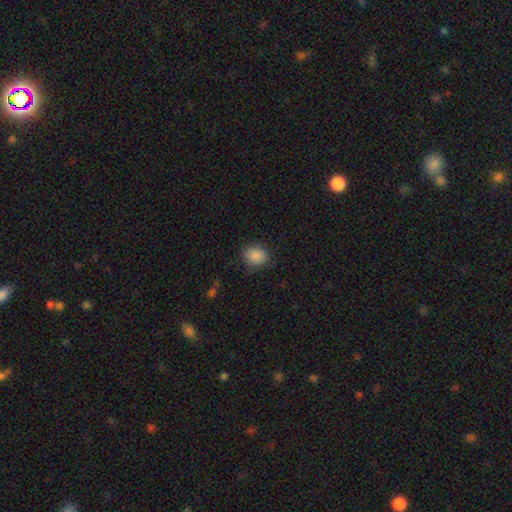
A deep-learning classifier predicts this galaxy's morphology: This appears to be a smooth galaxy with no disk features (88%) that is round (60%). Merging: none (85%).